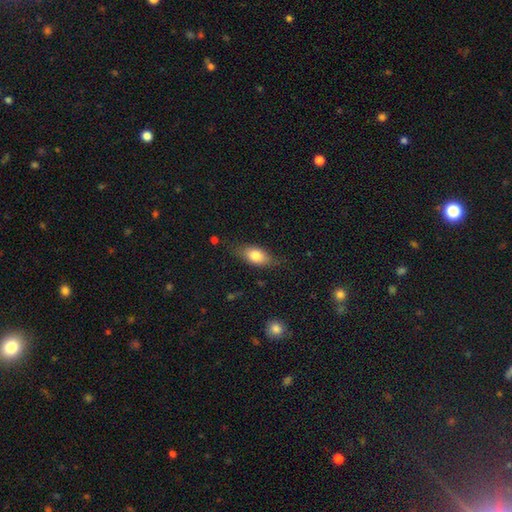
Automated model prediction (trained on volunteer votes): smooth-or-featured: smooth: 77% | featured or disk: 16% | star or artifact: 7%
  how-rounded: in between: 85% | cigar-shaped: 8% | round: 6%
  merging: none: 73% | minor disturbance: 20% | major disturbance: 5% | merger: 2%